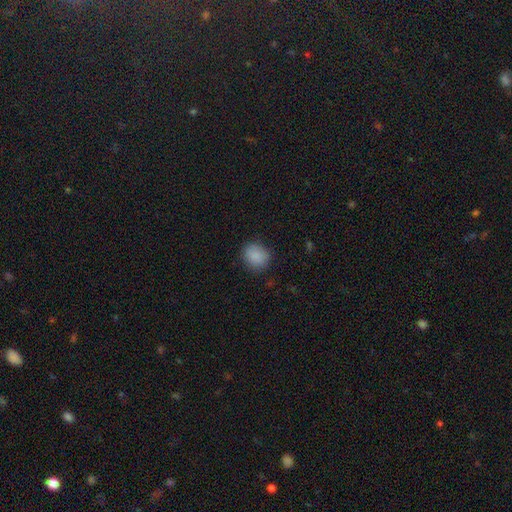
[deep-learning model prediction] Overall: smooth (87%). How rounded: round (64%; in between 35%). Merging: none (82%).